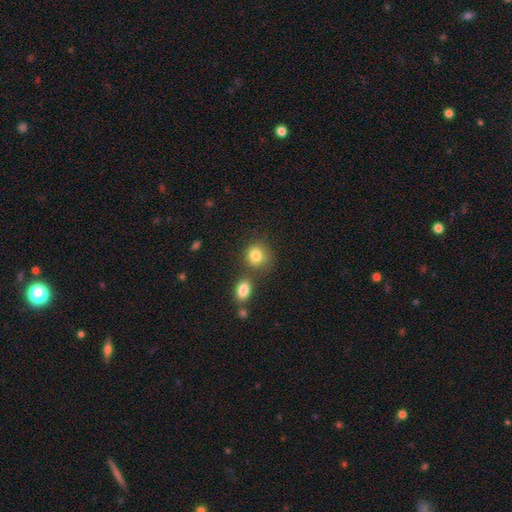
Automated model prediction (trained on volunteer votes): A smooth galaxy with no disk features (83%) that is round (76%).

Vote fractions:
- Smooth or featured? smooth: 83% / star or artifact: 10% / featured or disk: 7%
- How rounded? round: 76% / in between: 23% / cigar-shaped: 1%
- Merging? none: 64% / merger: 19% / minor disturbance: 13% / major disturbance: 4%